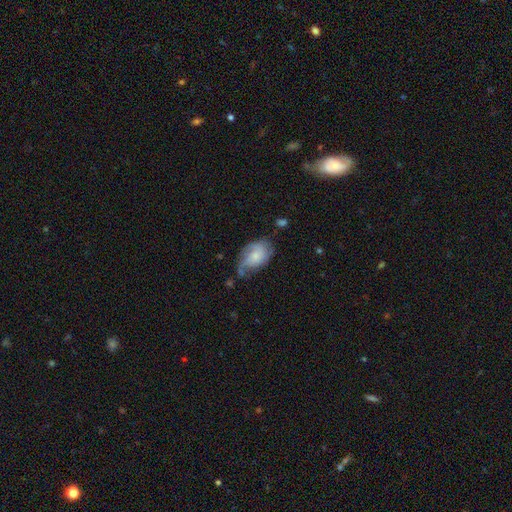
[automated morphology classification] The model was most divided on "smooth or featured": featured or disk: 49%, smooth: 44%, star or artifact: 7%. Remaining: merging — none (40%).